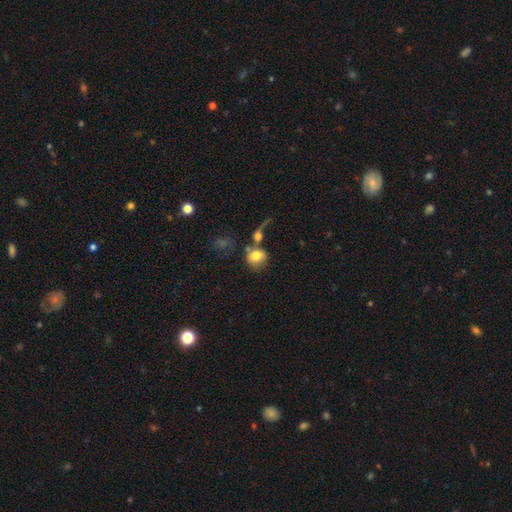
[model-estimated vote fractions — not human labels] Morphology: type=smooth (78%); roundness=round (78%); merging=none (46%).